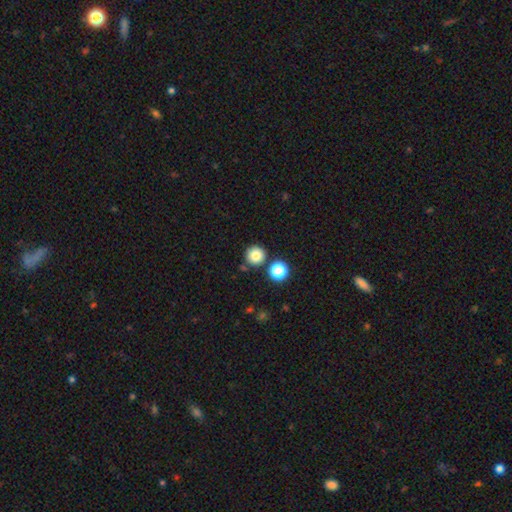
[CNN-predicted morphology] Smooth or featured? smooth (82%)
How rounded? round (95%)
Merging? none (81%)